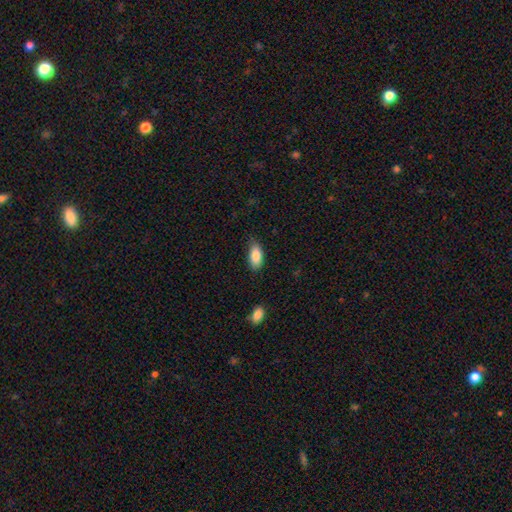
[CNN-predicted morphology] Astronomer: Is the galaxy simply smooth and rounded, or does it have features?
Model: smooth — 87%.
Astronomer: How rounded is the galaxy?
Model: in between — 91%.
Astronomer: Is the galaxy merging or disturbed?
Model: none — 73%.